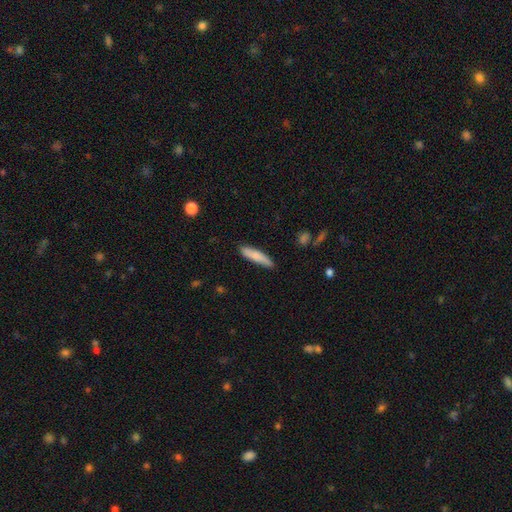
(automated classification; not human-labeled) Q: Smooth or featured?
A: smooth (78%); runner-up: featured or disk (16%)
Q: How rounded?
A: cigar-shaped (80%); runner-up: in between (18%)
Q: Merging?
A: none (82%); runner-up: minor disturbance (14%)